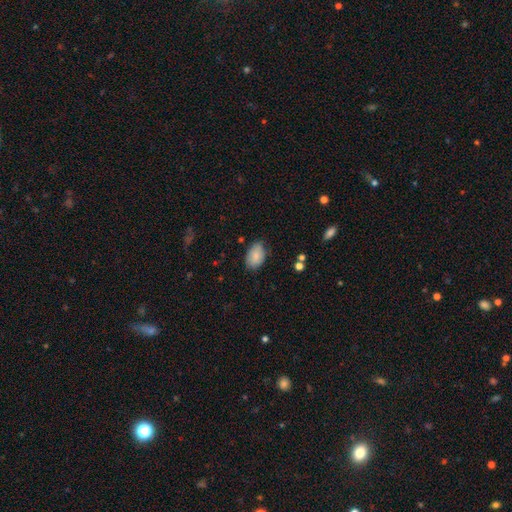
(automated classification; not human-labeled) The model was most divided on "merging": none: 72%, minor disturbance: 23%, major disturbance: 4%, merger: 1%. More confident: how rounded — in between (88%); smooth or featured — smooth (82%).